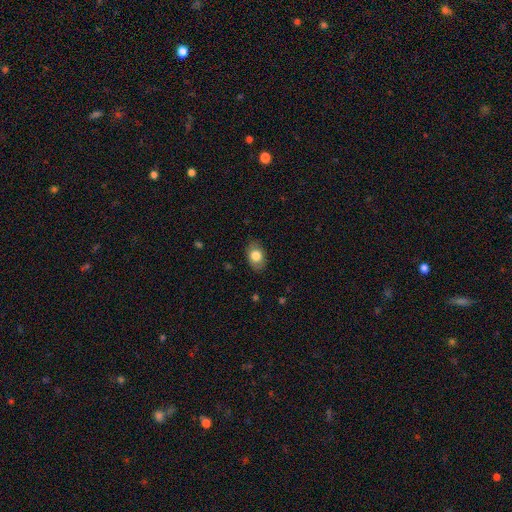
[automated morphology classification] A smooth galaxy with no disk features (78%) that is in between round and cigar-shaped (82%). Merging: none (84%).